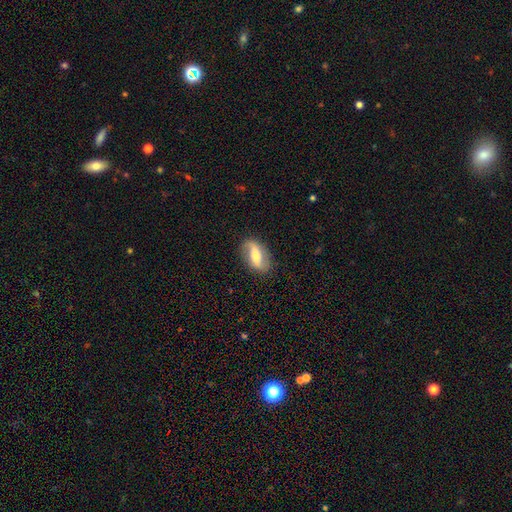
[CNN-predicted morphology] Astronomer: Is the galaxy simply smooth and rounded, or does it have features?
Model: featured or disk — 63%.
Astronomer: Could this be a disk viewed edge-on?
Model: no — 91%.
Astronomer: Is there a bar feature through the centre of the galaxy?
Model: strong — 40% (runner-up: weak, 35%).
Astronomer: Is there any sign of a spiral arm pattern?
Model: yes — 80%.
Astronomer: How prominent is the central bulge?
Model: moderate — 63%.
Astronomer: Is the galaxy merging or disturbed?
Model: none — 84%.